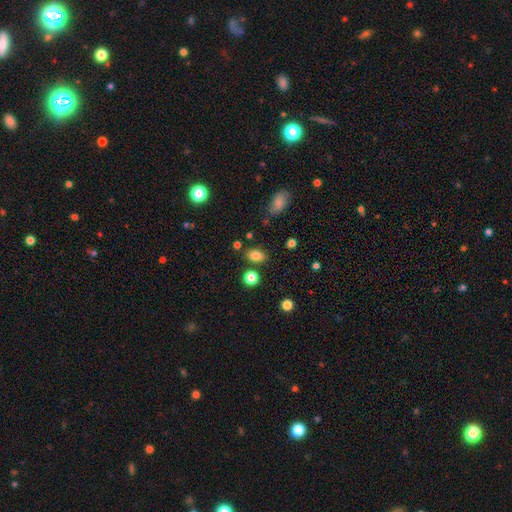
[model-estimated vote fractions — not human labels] smooth-or-featured: smooth: 82% | star or artifact: 11% | featured or disk: 7%
  how-rounded: in between: 78% | round: 20% | cigar-shaped: 2%
  merging: none: 80% | minor disturbance: 12% | merger: 5% | major disturbance: 3%